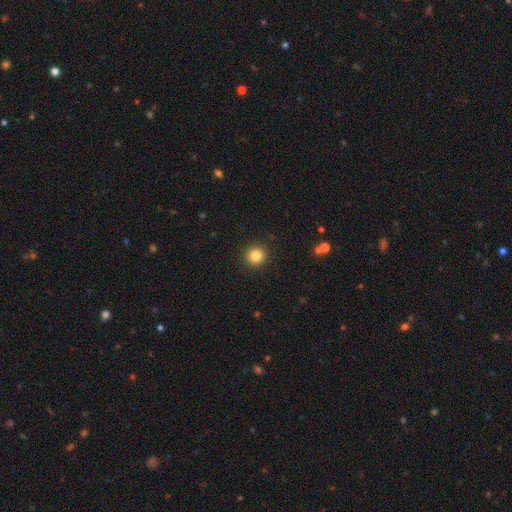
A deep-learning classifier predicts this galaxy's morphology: Q: Smooth or featured?
A: smooth (83%); runner-up: star or artifact (12%)
Q: How rounded?
A: round (94%); runner-up: in between (5%)
Q: Merging?
A: none (92%); runner-up: minor disturbance (5%)